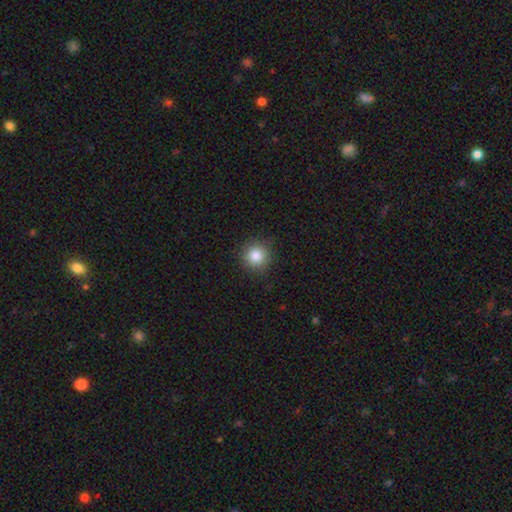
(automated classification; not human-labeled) A smooth galaxy with no disk features (83%) that is round (93%).

Vote fractions:
- Smooth or featured? smooth: 83% / star or artifact: 11% / featured or disk: 5%
- How rounded? round: 93% / in between: 6% / cigar-shaped: 1%
- Merging? none: 89% / minor disturbance: 8% / major disturbance: 2% / merger: 1%